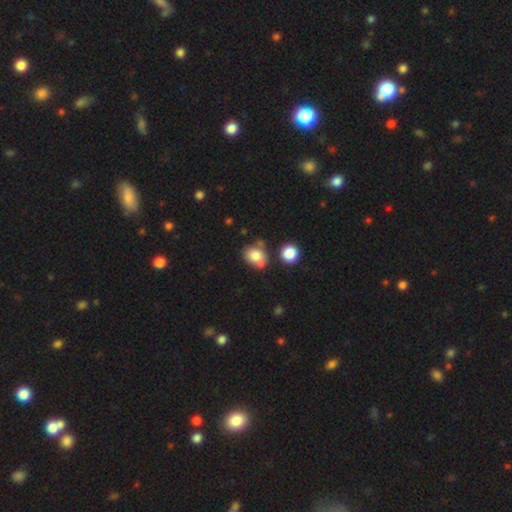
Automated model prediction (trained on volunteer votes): smooth 79%, featured or disk 11%, star or artifact 11%. Down the decision tree: how rounded — in between (56%); merging — none (55%).